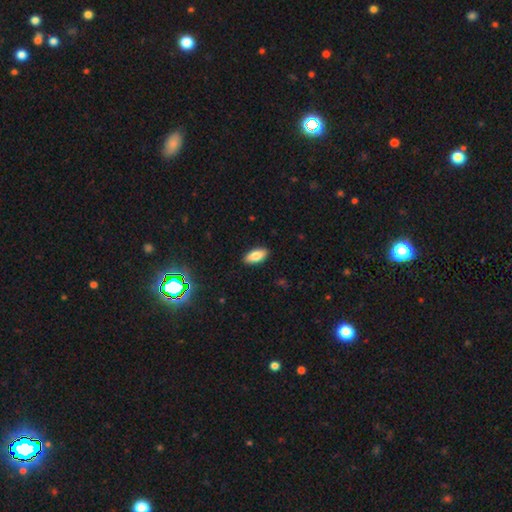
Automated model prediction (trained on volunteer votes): This is clearly a smooth galaxy (81%). How rounded: clearly in between (87%). Merging: clearly none (90%).